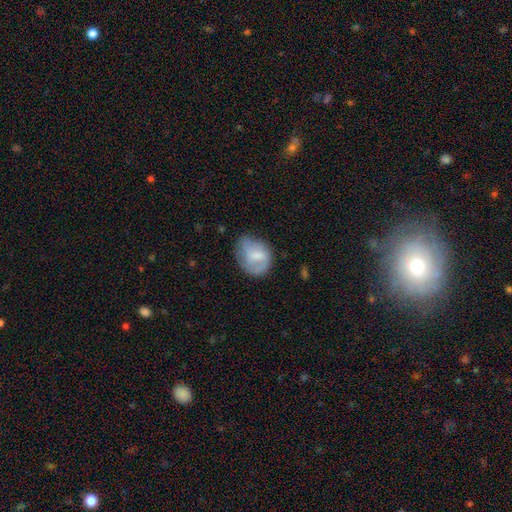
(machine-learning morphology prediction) A smooth galaxy with no disk features (57%) that is in between round and cigar-shaped (50%).

Vote fractions:
- Smooth or featured? smooth: 57% / featured or disk: 35% / star or artifact: 7%
- How rounded? in between: 50% / round: 49% / cigar-shaped: 1%
- Merging? none: 50% / minor disturbance: 32% / major disturbance: 17% / merger: 2%